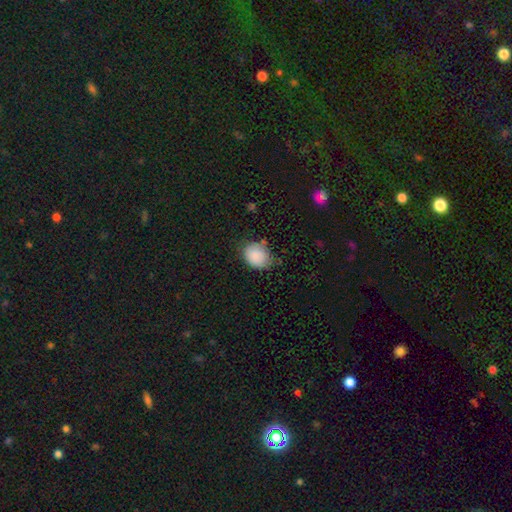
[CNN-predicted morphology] This is clearly a smooth galaxy (87%). How rounded: possibly in between (58%). Merging: likely none (63%).